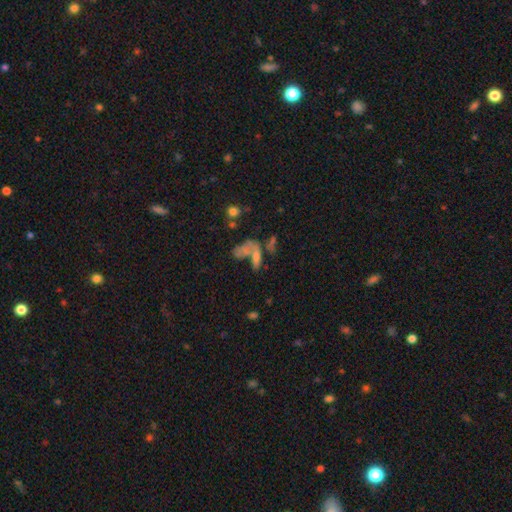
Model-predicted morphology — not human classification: This is marginally a smooth galaxy (44%). Merging: marginally merger (45%).